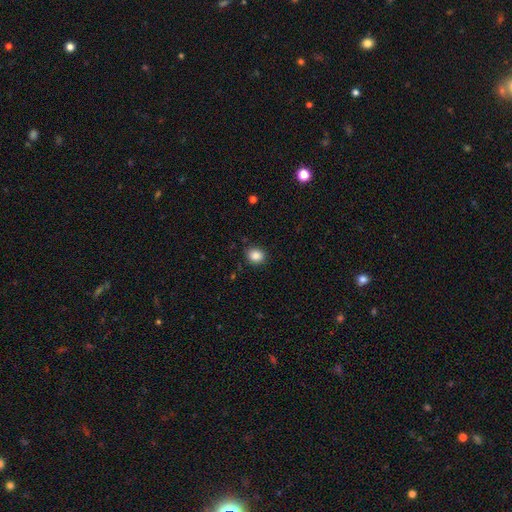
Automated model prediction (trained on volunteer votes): Q: Smooth or featured?
A: smooth (86%); runner-up: star or artifact (10%)
Q: How rounded?
A: round (64%); runner-up: in between (35%)
Q: Merging?
A: none (87%); runner-up: minor disturbance (9%)